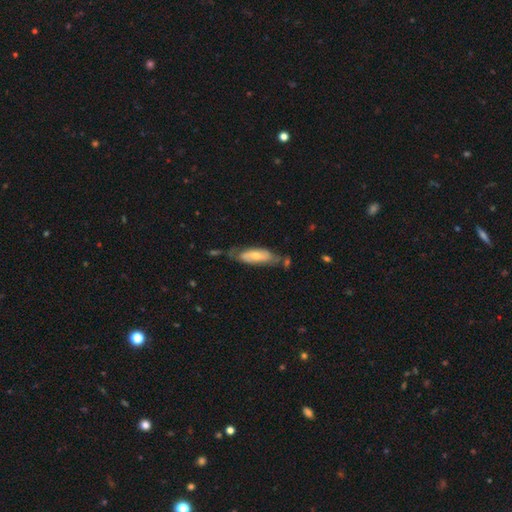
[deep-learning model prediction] The model was most divided on "smooth or featured": smooth: 50%, featured or disk: 44%, star or artifact: 5%. Remaining: how rounded — in between (63%); merging — none (46%).